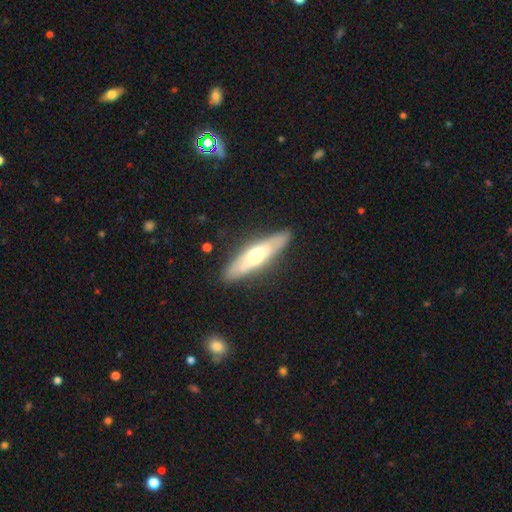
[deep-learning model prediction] Q: Smooth or featured?
A: featured or disk (51%); runner-up: smooth (44%)
Q: Edge-on disk?
A: yes (70%); runner-up: no (30%)
Q: Merging?
A: none (87%); runner-up: minor disturbance (10%)